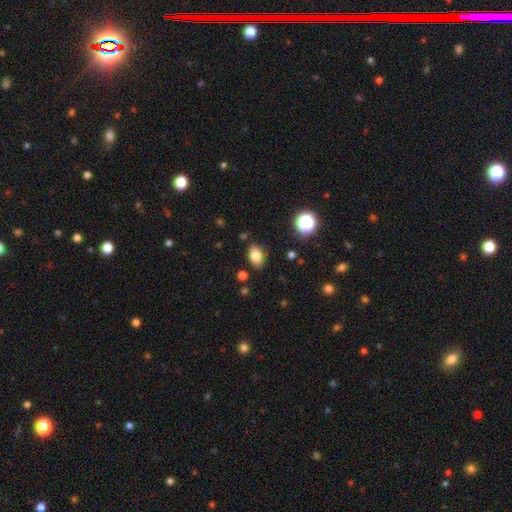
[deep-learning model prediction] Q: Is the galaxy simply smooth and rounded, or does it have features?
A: smooth — 81%.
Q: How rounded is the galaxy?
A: in between — 84%.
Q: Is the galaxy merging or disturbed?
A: none — 83%.